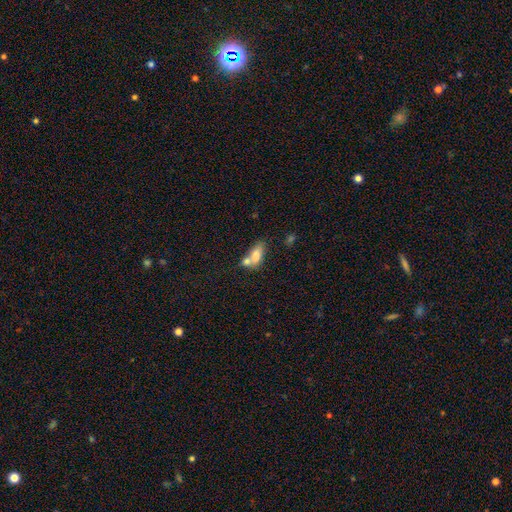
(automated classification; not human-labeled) Smooth or featured?
  - smooth: 73% *
  - featured or disk: 18%
  - star or artifact: 9%
How rounded?
  - in between: 81% *
  - cigar-shaped: 13%
  - round: 6%
Merging?
  - merger: 54% *
  - none: 27%
  - minor disturbance: 12%
  - major disturbance: 7%